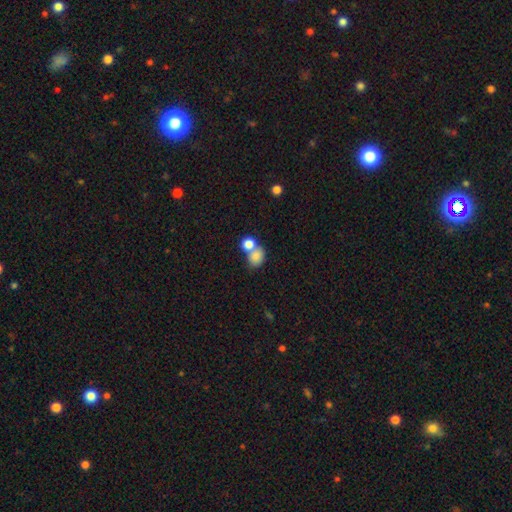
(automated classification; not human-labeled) Smooth or featured? Predicted: smooth (p=0.81). How rounded? Predicted: round (p=0.53). Merging? Predicted: merger (p=0.53).